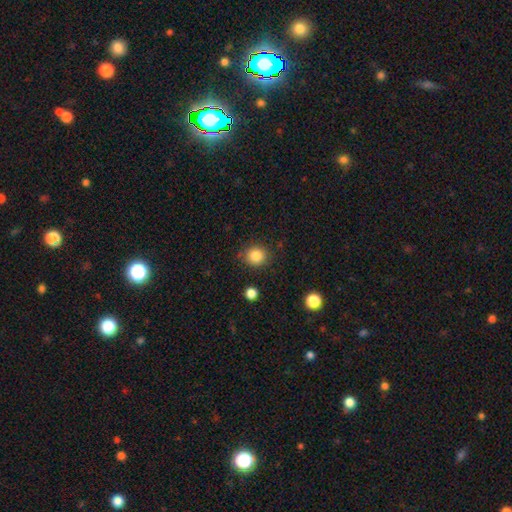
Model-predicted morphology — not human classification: Smooth or featured? smooth (85%)
How rounded? round (86%)
Merging? none (84%)